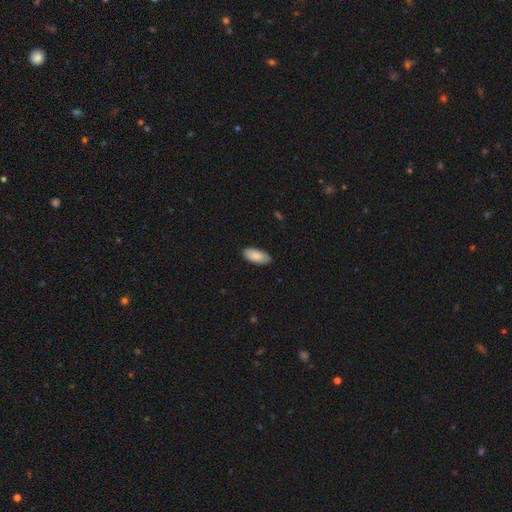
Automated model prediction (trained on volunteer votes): Overall: smooth (87%). How rounded: in between (93%). Merging: none (84%).